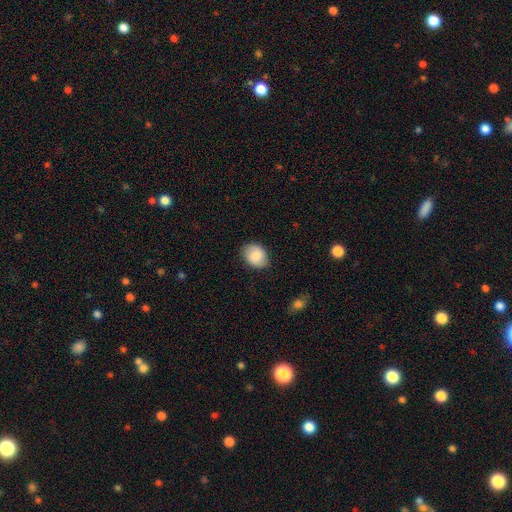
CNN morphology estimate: Q: Smooth or featured?
A: smooth (79%); runner-up: featured or disk (14%)
Q: How rounded?
A: in between (64%); runner-up: round (35%)
Q: Merging?
A: none (83%); runner-up: minor disturbance (13%)